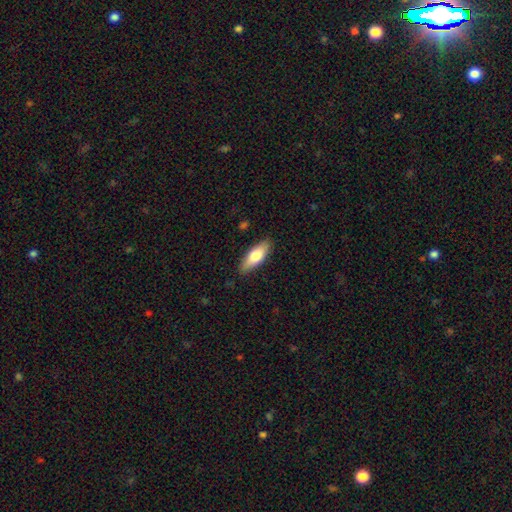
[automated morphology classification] Overall: smooth (72%). How rounded: in between (63%; cigar-shaped 34%). Merging: none (87%).